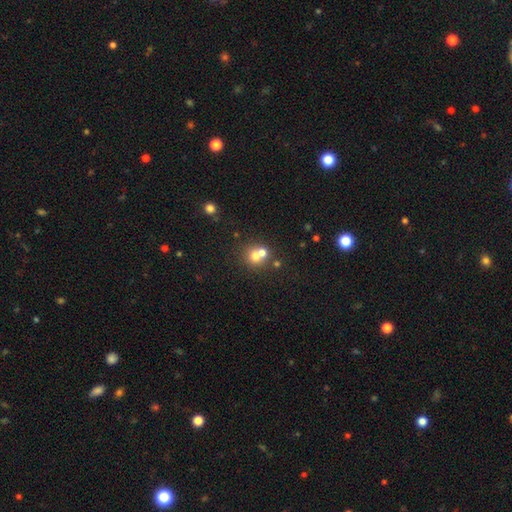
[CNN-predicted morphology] This is likely a smooth galaxy (67%). How rounded: clearly round (85%). Merging: possibly merger (46%).